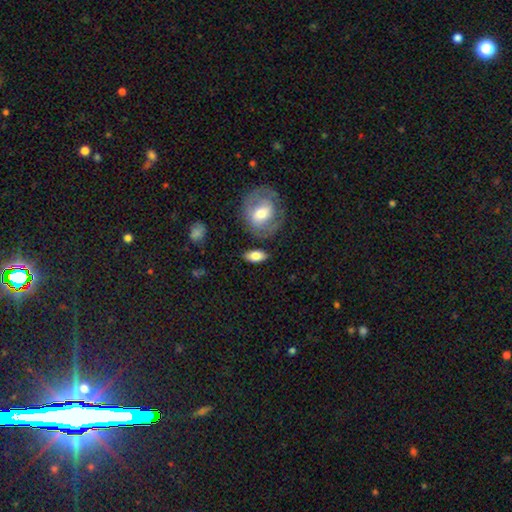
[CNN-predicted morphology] Smooth or featured? smooth (77%)
How rounded? in between (87%)
Merging? none (78%)